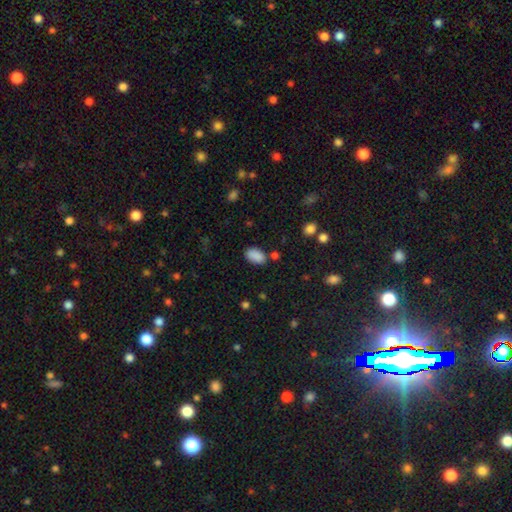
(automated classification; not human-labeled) This is clearly a smooth galaxy (88%). How rounded: clearly in between (92%). Merging: likely none (77%).